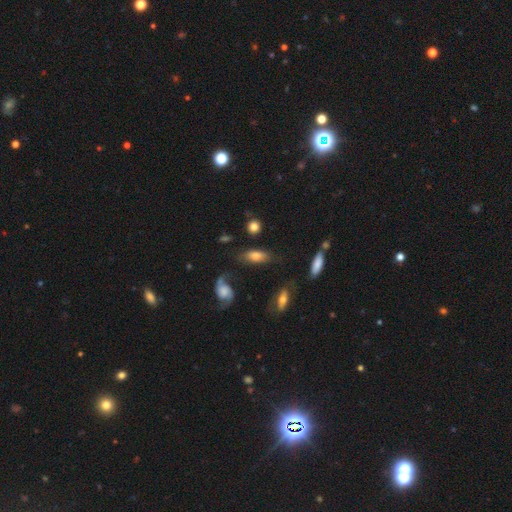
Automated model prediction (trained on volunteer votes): Smooth or featured? smooth (68%)
How rounded? in between (78%)
Merging? none (63%)